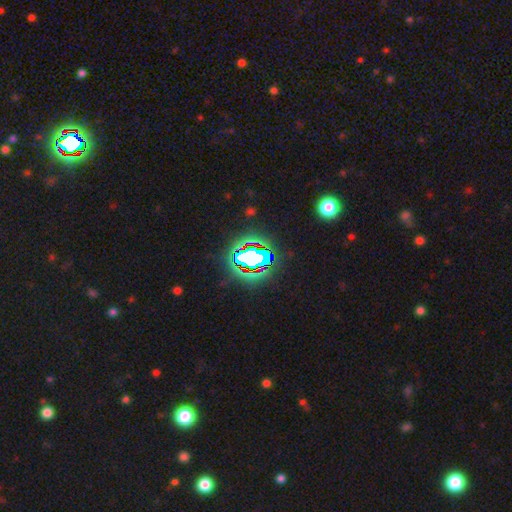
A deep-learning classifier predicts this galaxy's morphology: This appears to be a star or artifact, not a galaxy (75%).